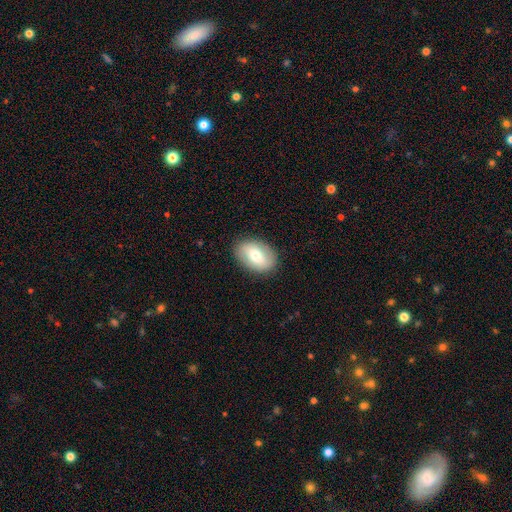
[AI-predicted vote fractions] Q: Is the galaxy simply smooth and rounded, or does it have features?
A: smooth — 66%.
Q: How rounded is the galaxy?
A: in between — 87%.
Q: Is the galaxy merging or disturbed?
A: none — 87%.